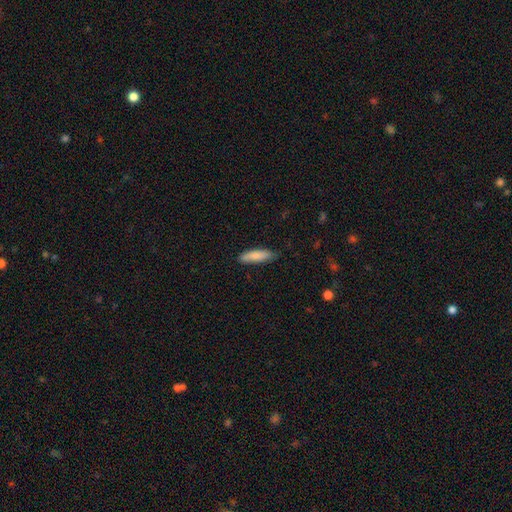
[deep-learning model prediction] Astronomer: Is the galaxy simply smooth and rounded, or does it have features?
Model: smooth — 84%.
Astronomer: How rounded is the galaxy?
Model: cigar-shaped — 61% (runner-up: in between, 37%).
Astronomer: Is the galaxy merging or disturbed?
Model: none — 79%.